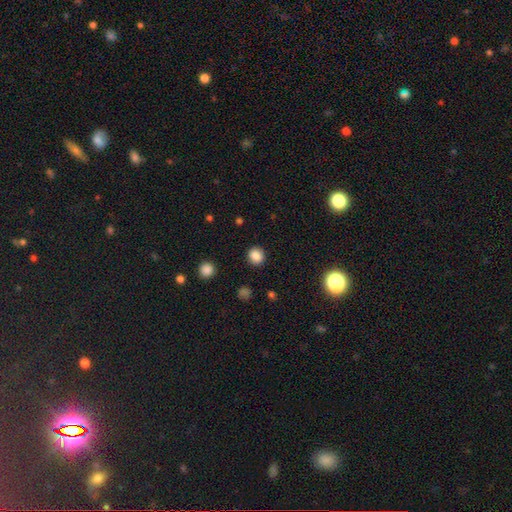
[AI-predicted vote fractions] Smooth or featured? Predicted: smooth (p=0.85). How rounded? Predicted: round (p=0.85). Merging? Predicted: none (p=0.89).